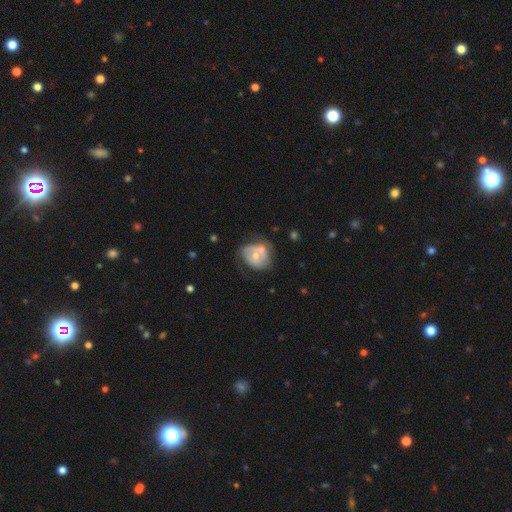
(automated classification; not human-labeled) A featured or disk galaxy (52%) with no bar (80%), no spiral arms (60%) and a moderate central bulge (53%). Merging: merger (37%).